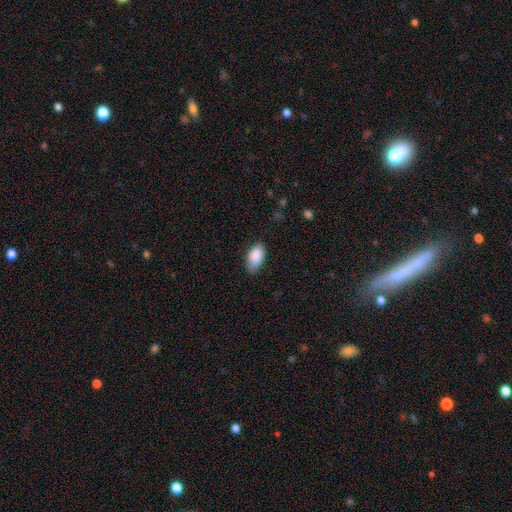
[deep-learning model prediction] Overall: smooth (86%). How rounded: in between (94%). Merging: none (68%).